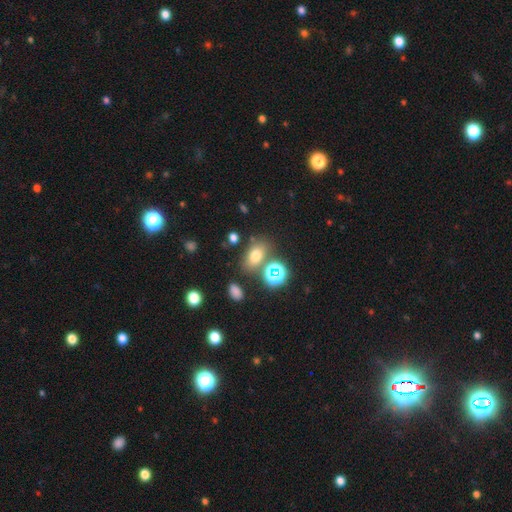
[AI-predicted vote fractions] Morphology: type=smooth (67%); roundness=in between (76%); merging=none (69%).